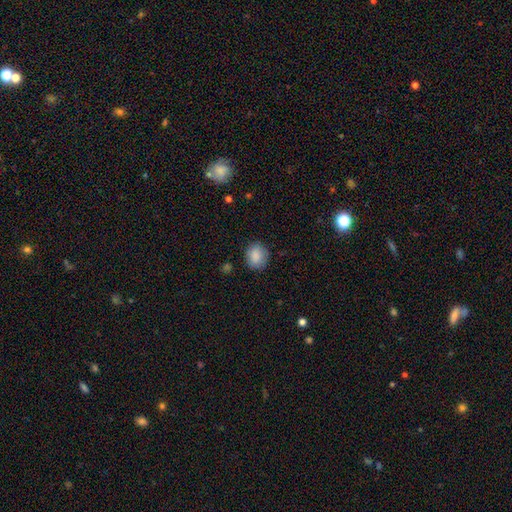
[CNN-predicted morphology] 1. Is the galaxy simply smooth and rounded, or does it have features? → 87% smooth, 8% star or artifact, 5% featured or disk.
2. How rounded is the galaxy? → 62% round, 37% in between, 1% cigar-shaped.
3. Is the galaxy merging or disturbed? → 82% none, 13% minor disturbance, 3% major disturbance, 1% merger.